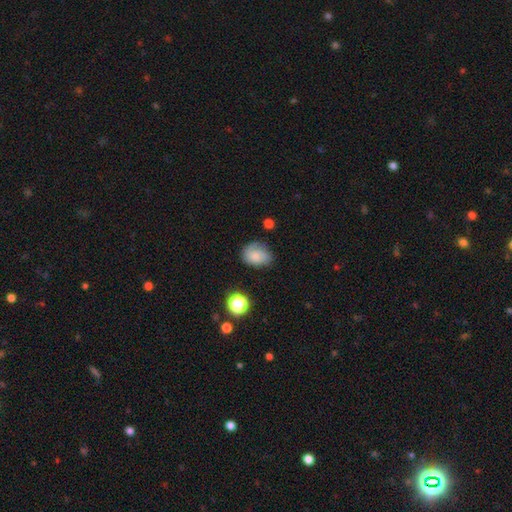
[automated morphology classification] smooth_or_featured: smooth (p=0.67) [alt: featured or disk p=0.22]
how_rounded: in between (p=0.65) [alt: round p=0.34]
merging: none (p=0.57) [alt: minor disturbance p=0.30]